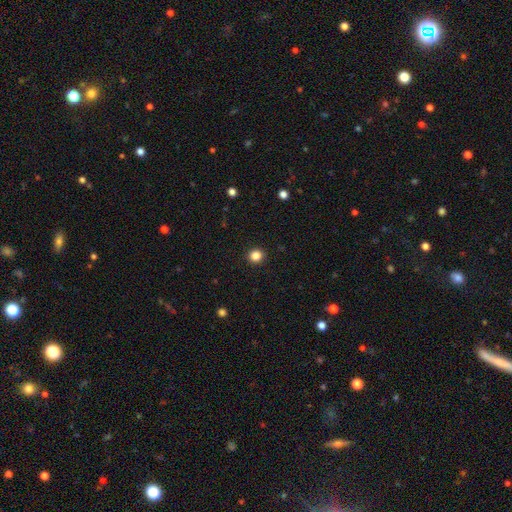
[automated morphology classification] Q: Smooth or featured?
A: smooth (85%); runner-up: star or artifact (12%)
Q: How rounded?
A: round (90%); runner-up: in between (9%)
Q: Merging?
A: none (93%); runner-up: minor disturbance (5%)